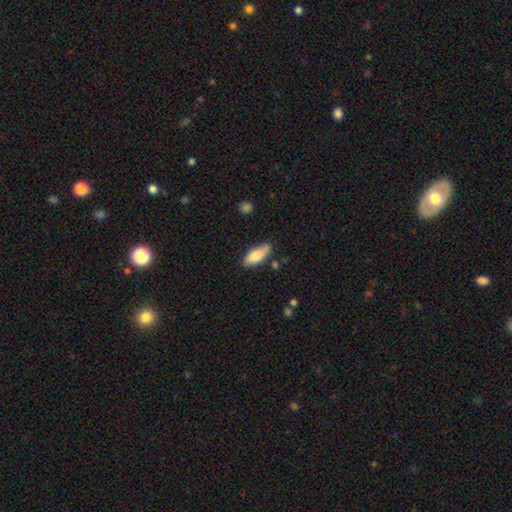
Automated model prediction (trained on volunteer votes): Smooth or featured?
  - smooth: 77% *
  - featured or disk: 17%
  - star or artifact: 6%
How rounded?
  - in between: 78% *
  - cigar-shaped: 19%
  - round: 2%
Merging?
  - none: 67% *
  - minor disturbance: 25%
  - major disturbance: 5%
  - merger: 3%